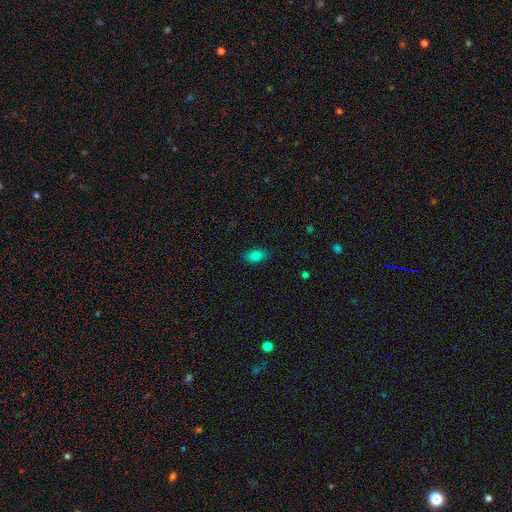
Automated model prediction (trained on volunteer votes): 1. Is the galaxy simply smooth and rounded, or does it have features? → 81% smooth, 11% star or artifact, 9% featured or disk.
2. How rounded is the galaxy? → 87% in between, 8% cigar-shaped, 5% round.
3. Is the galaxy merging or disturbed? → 85% none, 11% minor disturbance, 3% major disturbance, 1% merger.